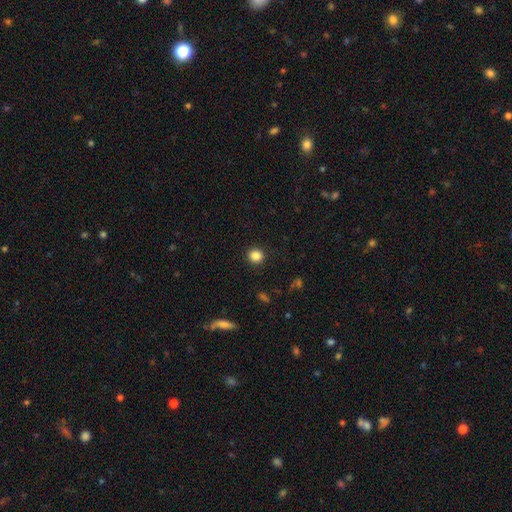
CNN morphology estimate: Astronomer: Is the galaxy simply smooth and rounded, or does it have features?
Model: smooth — 86%.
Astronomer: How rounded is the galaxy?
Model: round — 90%.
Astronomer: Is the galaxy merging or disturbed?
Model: none — 92%.